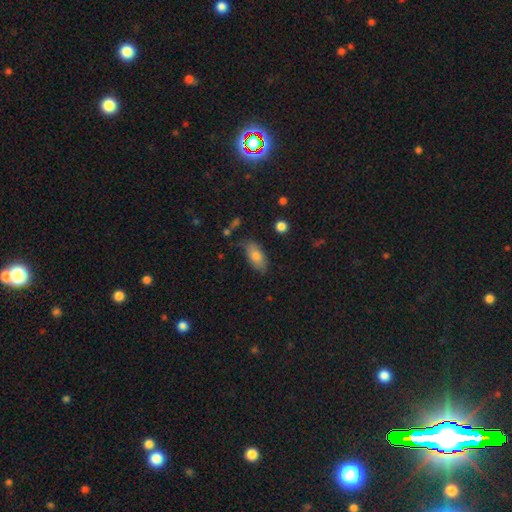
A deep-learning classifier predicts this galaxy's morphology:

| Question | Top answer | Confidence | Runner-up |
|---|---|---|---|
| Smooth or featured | smooth | 80% | featured or disk (13%) |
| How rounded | in between | 90% | cigar-shaped (7%) |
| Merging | none | 72% | minor disturbance (20%) |